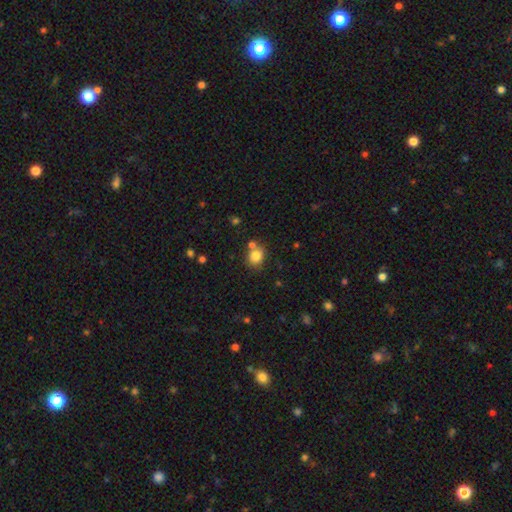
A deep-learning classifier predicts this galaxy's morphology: Q: Smooth or featured?
A: smooth (81%); runner-up: star or artifact (11%)
Q: How rounded?
A: round (70%); runner-up: in between (29%)
Q: Merging?
A: none (64%); runner-up: merger (21%)